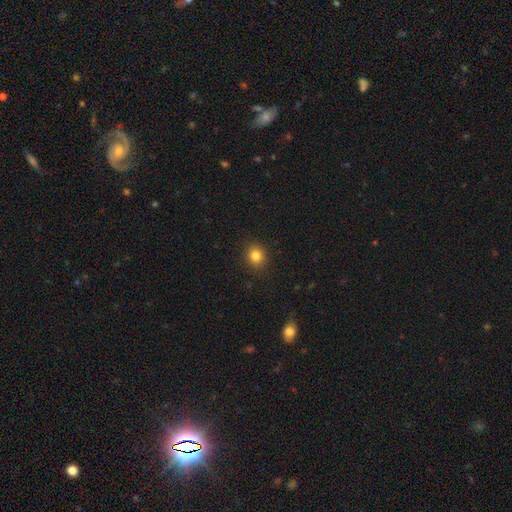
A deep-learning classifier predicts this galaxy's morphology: smooth-or-featured: smooth: 83% | star or artifact: 12% | featured or disk: 5%
  how-rounded: round: 81% | in between: 18% | cigar-shaped: 1%
  merging: none: 91% | minor disturbance: 6% | major disturbance: 2% | merger: 1%